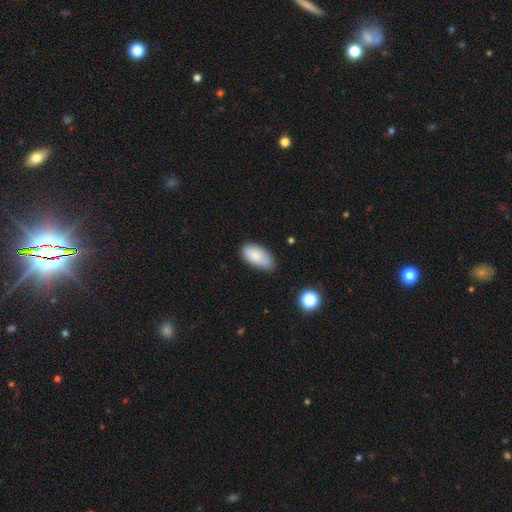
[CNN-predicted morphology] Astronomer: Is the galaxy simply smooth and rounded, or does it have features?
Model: smooth — 84%.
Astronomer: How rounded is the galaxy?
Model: in between — 93%.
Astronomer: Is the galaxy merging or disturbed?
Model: none — 69%.